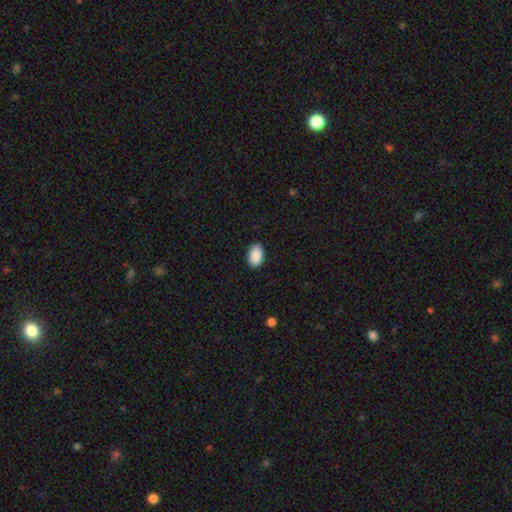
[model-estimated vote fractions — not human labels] Q: Smooth or featured?
A: smooth (91%); runner-up: star or artifact (7%)
Q: How rounded?
A: in between (93%); runner-up: round (6%)
Q: Merging?
A: none (88%); runner-up: minor disturbance (9%)